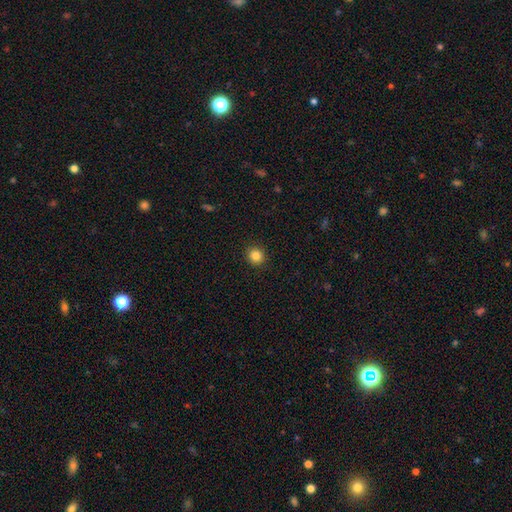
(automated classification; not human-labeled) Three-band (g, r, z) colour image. It shows a smooth galaxy with no disk features (84%) that is round (90%). Merging: none (92%).